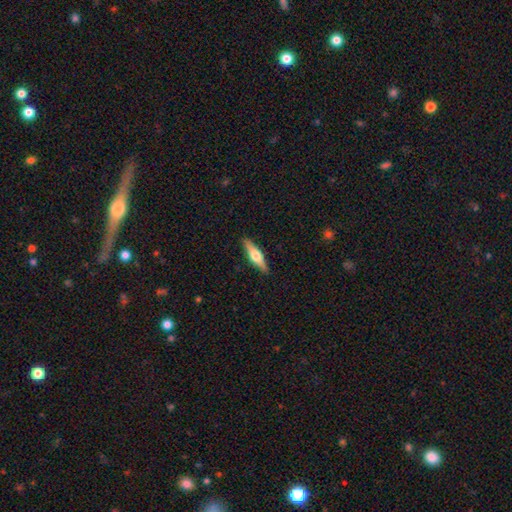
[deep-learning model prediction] A featured or disk galaxy (58%) viewed edge-on (96%) with a rounded central bulge (93%).

Vote fractions:
- Smooth or featured? featured or disk: 58% / smooth: 36% / star or artifact: 5%
- Edge-on disk? yes: 96% / no: 4%
- Edge-on bulge? rounded: 93% / boxy: 5% / none: 2%
- Merging? none: 90% / minor disturbance: 7% / major disturbance: 2% / merger: 1%